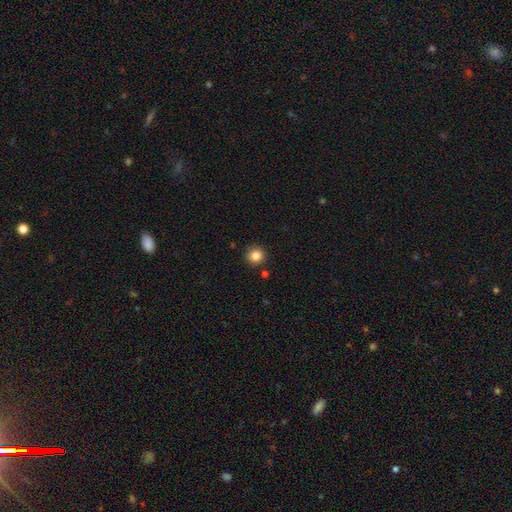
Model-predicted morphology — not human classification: Smooth or featured? Predicted: smooth (p=0.84). How rounded? Predicted: round (p=0.93). Merging? Predicted: none (p=0.89).